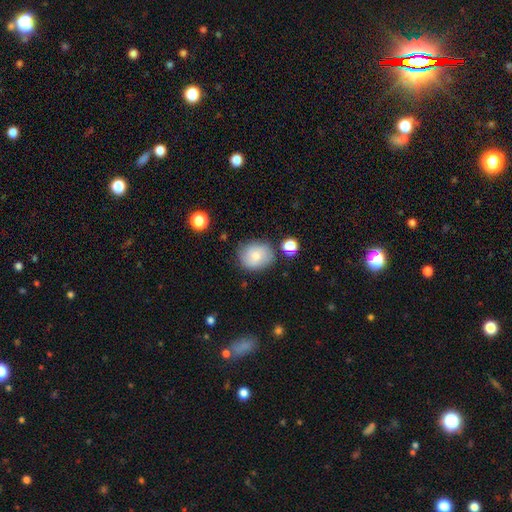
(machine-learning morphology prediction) Smooth or featured?
  - smooth: 76% *
  - featured or disk: 15%
  - star or artifact: 9%
How rounded?
  - round: 65% *
  - in between: 34%
  - cigar-shaped: 1%
Merging?
  - none: 74% *
  - minor disturbance: 17%
  - major disturbance: 5%
  - merger: 4%